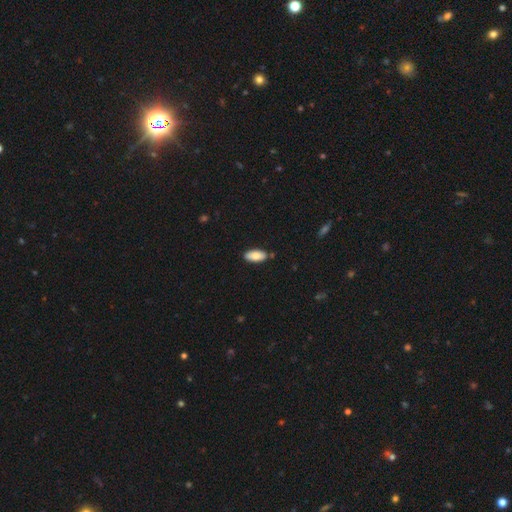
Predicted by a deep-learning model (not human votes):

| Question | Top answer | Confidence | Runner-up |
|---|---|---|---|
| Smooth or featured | smooth | 80% | featured or disk (14%) |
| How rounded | in between | 89% | cigar-shaped (9%) |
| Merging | none | 85% | minor disturbance (11%) |